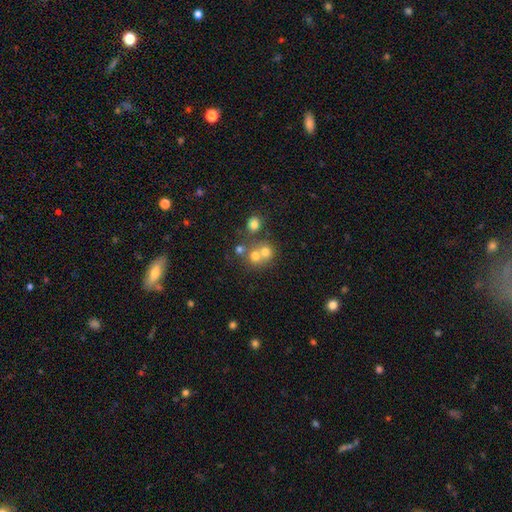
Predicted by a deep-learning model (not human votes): Smooth or featured? smooth (66%)
How rounded? round (82%)
Merging? merger (50%)